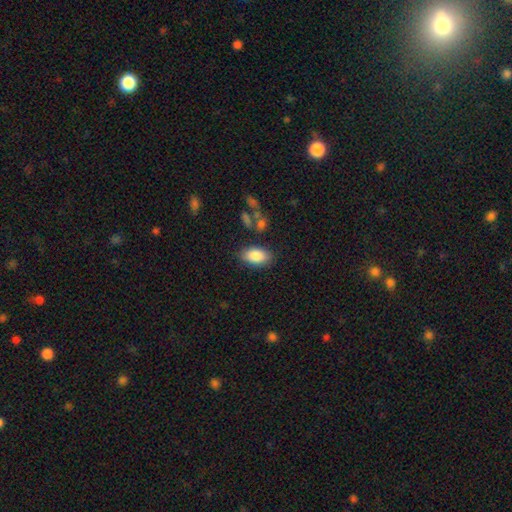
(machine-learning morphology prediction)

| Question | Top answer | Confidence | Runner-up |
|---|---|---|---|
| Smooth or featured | smooth | 86% | star or artifact (7%) |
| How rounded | in between | 92% | round (5%) |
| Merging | none | 81% | minor disturbance (12%) |